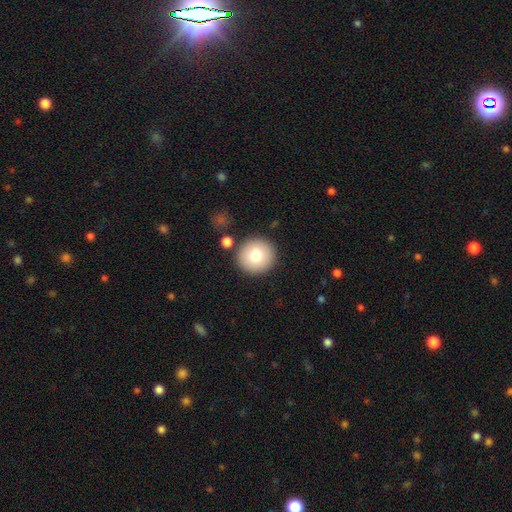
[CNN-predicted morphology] Smooth or featured? Predicted: smooth (p=0.78). How rounded? Predicted: round (p=0.94). Merging? Predicted: none (p=0.87).